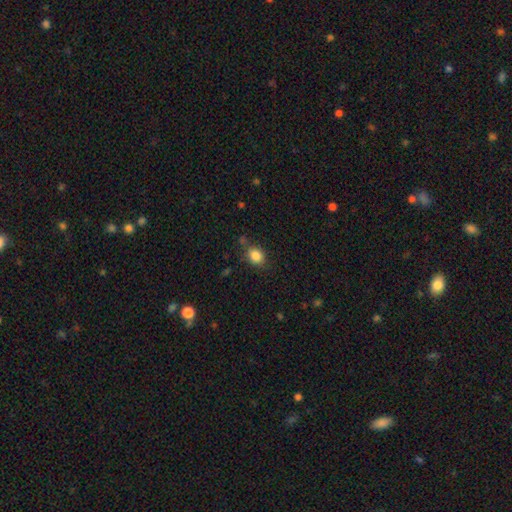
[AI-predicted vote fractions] Smooth or featured: smooth — 85% (star or artifact — 10%)
How rounded: round — 55% (in between — 44%)
Merging: none — 76% (minor disturbance — 15%)